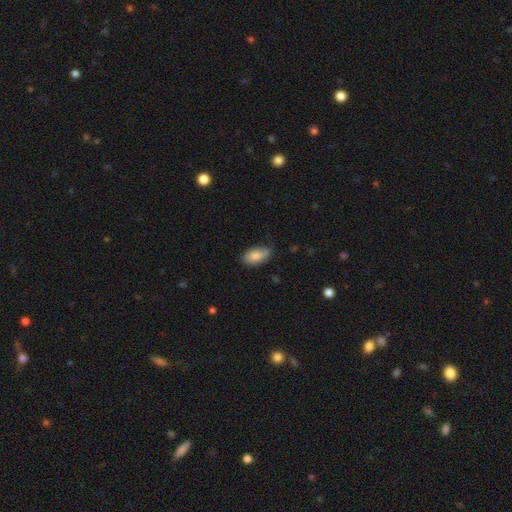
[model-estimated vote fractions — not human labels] Q: Smooth or featured?
A: smooth (84%); runner-up: featured or disk (10%)
Q: How rounded?
A: in between (93%); runner-up: round (4%)
Q: Merging?
A: none (76%); runner-up: minor disturbance (19%)